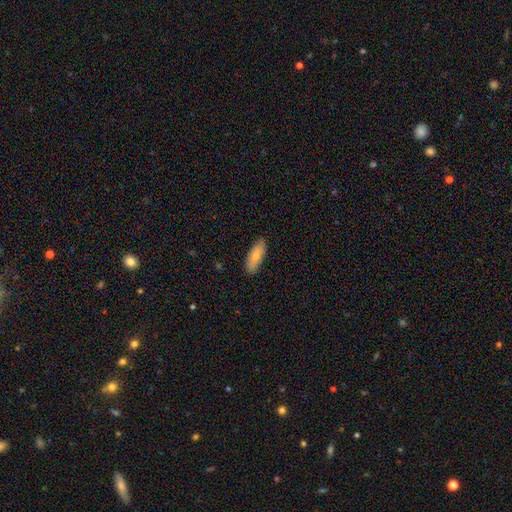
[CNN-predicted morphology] A smooth galaxy with no disk features (76%) that is in between round and cigar-shaped (71%). Merging: none (84%).